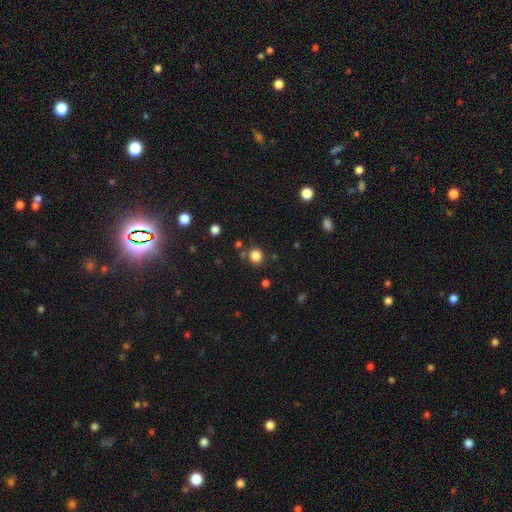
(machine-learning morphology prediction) Overall: smooth (83%). How rounded: round (85%). Merging: none (82%).